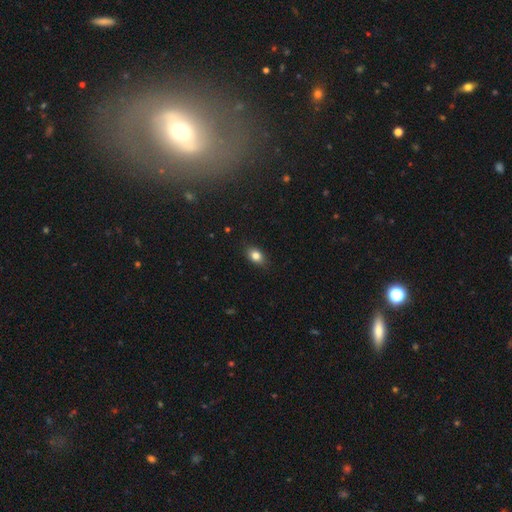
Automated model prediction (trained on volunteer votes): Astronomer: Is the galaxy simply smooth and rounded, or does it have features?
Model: smooth — 82%.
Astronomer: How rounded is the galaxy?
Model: in between — 78%.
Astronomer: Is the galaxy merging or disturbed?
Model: none — 86%.